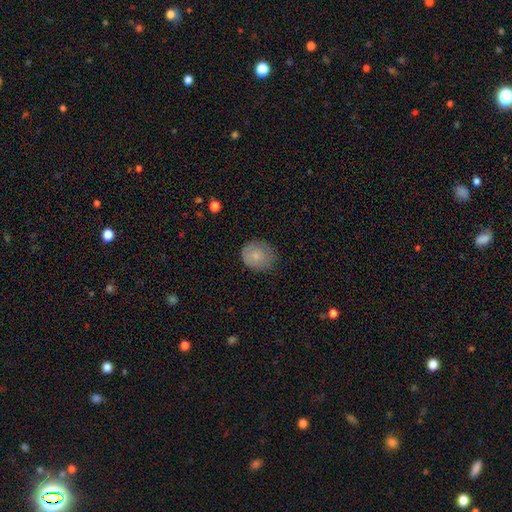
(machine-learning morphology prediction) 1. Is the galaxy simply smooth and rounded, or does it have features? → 77% smooth, 15% featured or disk, 8% star or artifact.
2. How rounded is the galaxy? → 75% round, 25% in between, 1% cigar-shaped.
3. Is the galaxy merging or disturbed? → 71% none, 23% minor disturbance, 5% major disturbance, 1% merger.